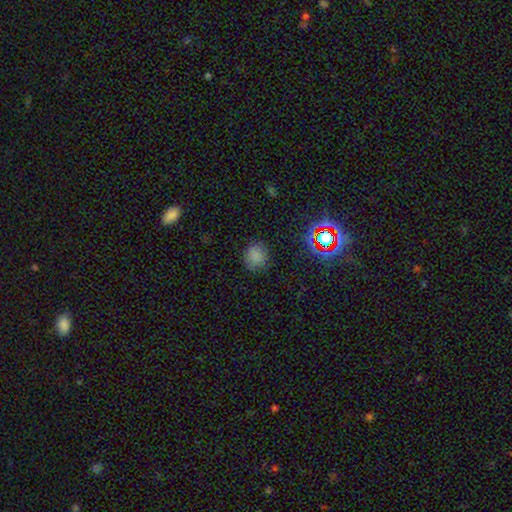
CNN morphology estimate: Smooth or featured?
  - smooth: 76% *
  - star or artifact: 18%
  - featured or disk: 5%
How rounded?
  - round: 82% *
  - in between: 17%
  - cigar-shaped: 1%
Merging?
  - none: 83% *
  - minor disturbance: 12%
  - major disturbance: 4%
  - merger: 1%